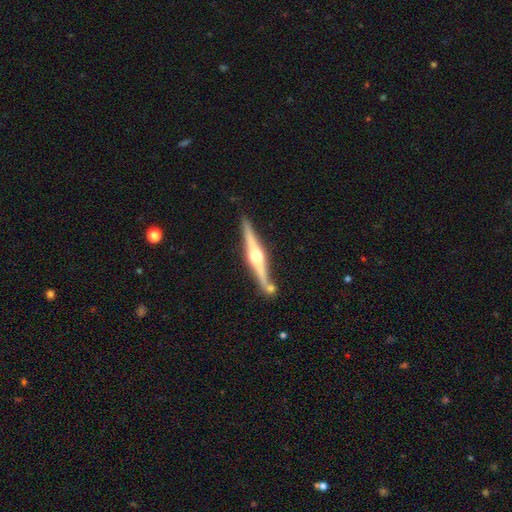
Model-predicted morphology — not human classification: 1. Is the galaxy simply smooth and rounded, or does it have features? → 83% featured or disk, 12% smooth, 5% star or artifact.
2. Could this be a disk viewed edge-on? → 98% yes, 2% no.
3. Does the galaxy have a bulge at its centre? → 90% rounded, 7% boxy, 3% none.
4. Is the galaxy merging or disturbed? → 84% none, 9% minor disturbance, 6% merger, 2% major disturbance.